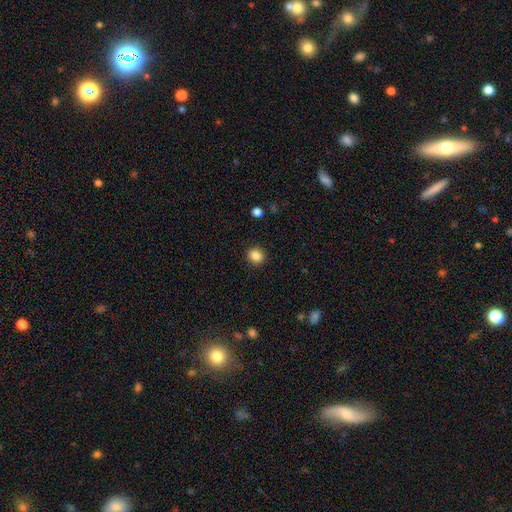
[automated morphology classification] smooth-or-featured: smooth: 86% | star or artifact: 10% | featured or disk: 4%
  how-rounded: round: 68% | in between: 31% | cigar-shaped: 1%
  merging: none: 89% | minor disturbance: 7% | major disturbance: 2% | merger: 1%